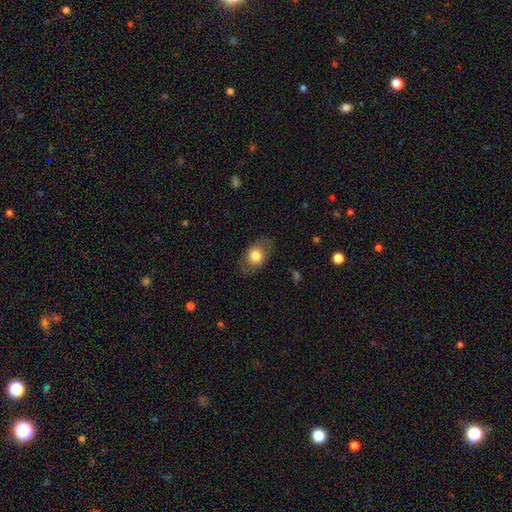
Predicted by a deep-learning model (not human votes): Smooth or featured? Predicted: smooth (p=0.68). How rounded? Predicted: in between (p=0.75). Merging? Predicted: none (p=0.79).